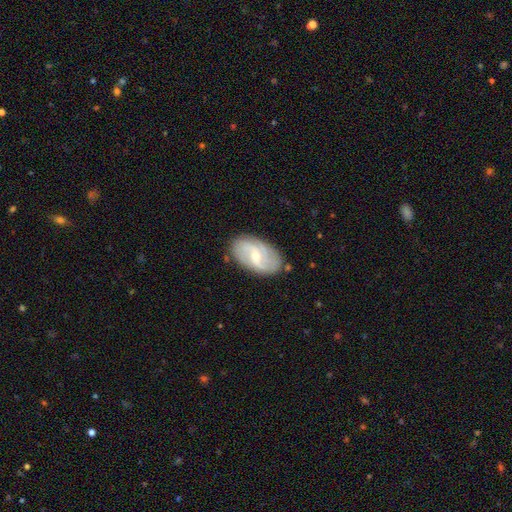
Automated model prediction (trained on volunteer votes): Overall: featured or disk (75%). Edge-on disk: no (95%). Bar: weak (51%; no 29%). Spiral arms: yes (87%). Spiral arm count: 2 (71%). Spiral winding: loose (44%; medium 35%). Bulge size: small (62%; moderate 35%). Merging: none (82%).